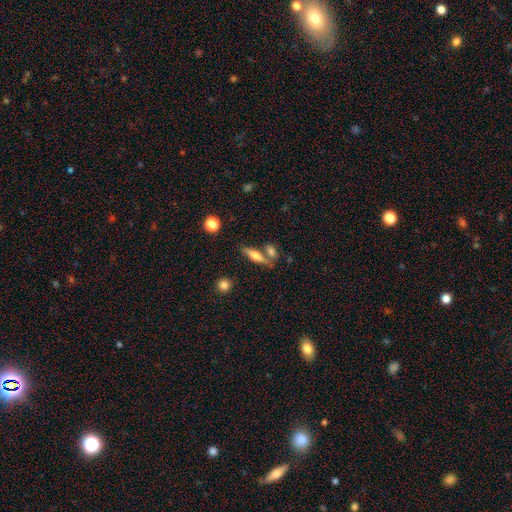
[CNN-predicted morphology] Overall: smooth (50%; featured or disk 43%). Merging: none (63%).